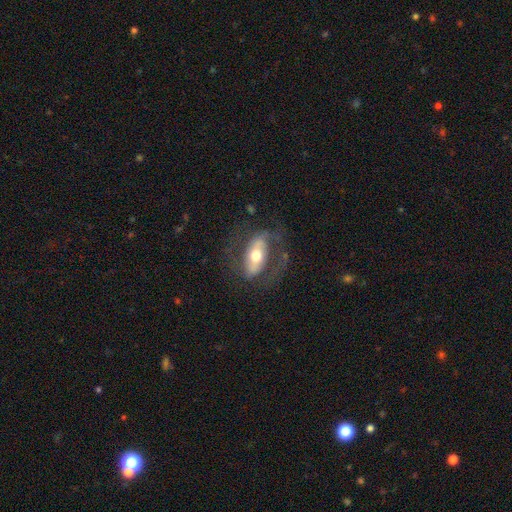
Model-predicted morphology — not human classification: Smooth or featured: featured or disk — 70% (smooth — 24%)
Edge-on disk: no — 86% (yes — 14%)
Bar: strong — 48% (no — 28%)
Spiral arms: yes — 65% (no — 35%)
Bulge size: moderate — 68% (small — 16%)
Merging: none — 66% (major disturbance — 17%)